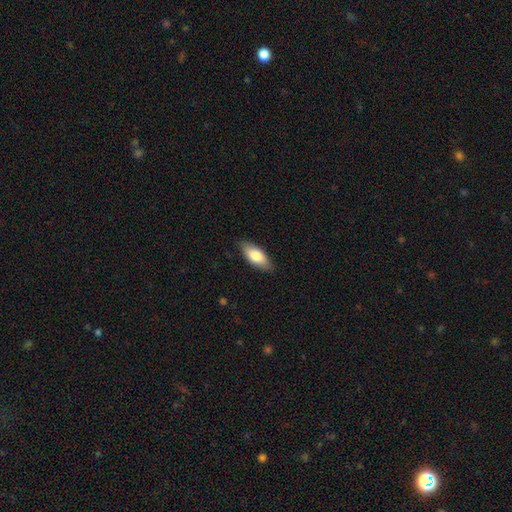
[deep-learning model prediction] This is likely a smooth galaxy (79%). How rounded: clearly in between (83%). Merging: clearly none (85%).